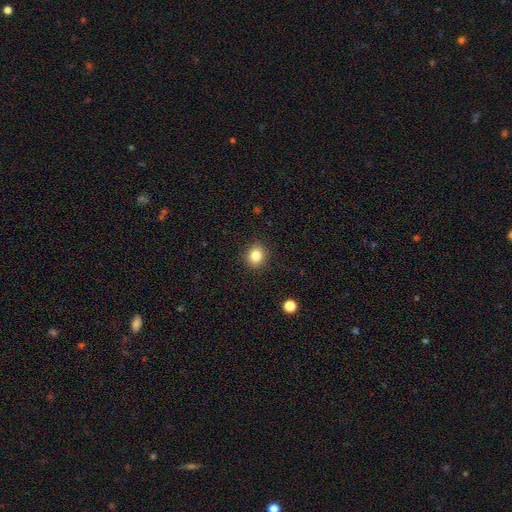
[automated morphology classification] This is clearly a smooth galaxy (83%). How rounded: likely round (79%). Merging: clearly none (90%).